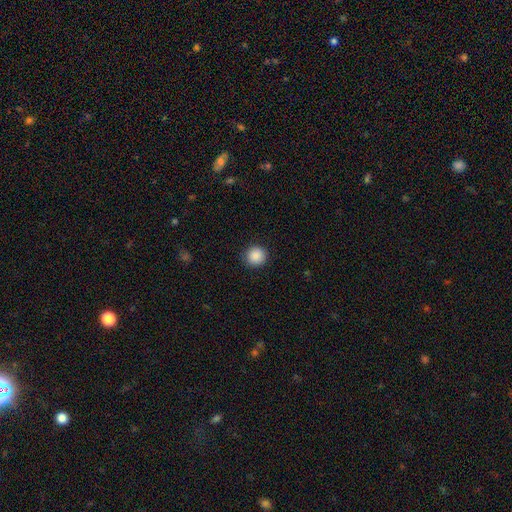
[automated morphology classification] A smooth galaxy with no disk features (89%) that is round (94%).

Vote fractions:
- Smooth or featured? smooth: 89% / star or artifact: 9% / featured or disk: 3%
- How rounded? round: 94% / in between: 5% / cigar-shaped: 1%
- Merging? none: 91% / minor disturbance: 6% / major disturbance: 2% / merger: 1%